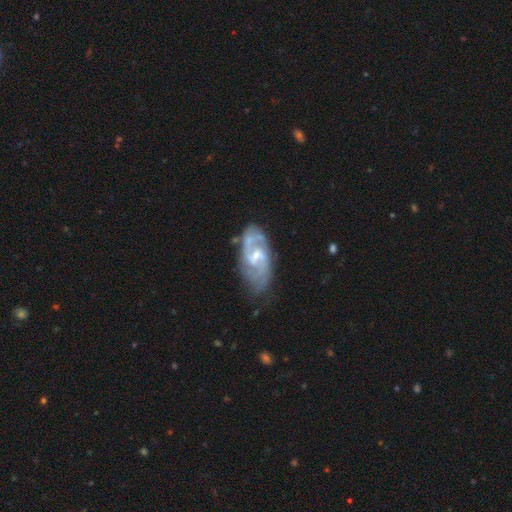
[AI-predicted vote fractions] Smooth or featured? Predicted: featured or disk (p=0.87). Edge-on disk? Predicted: no (p=0.96). Bar? Predicted: weak (p=0.56). Spiral arms? Predicted: yes (p=0.96). Spiral winding? Predicted: medium (p=0.51). Spiral arm count? Predicted: 2 (p=0.69). Bulge size? Predicted: small (p=0.55). Merging? Predicted: none (p=0.70).